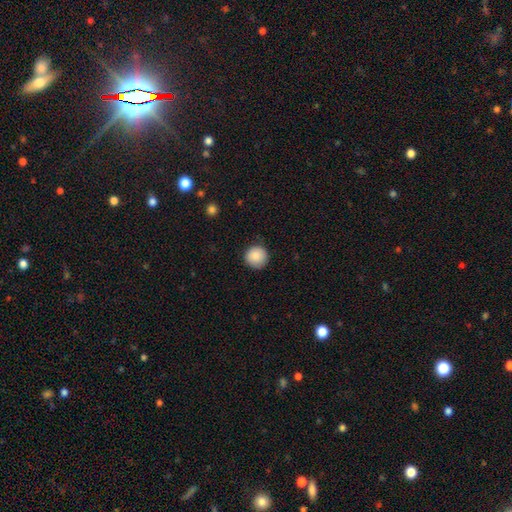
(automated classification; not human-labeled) Morphology: type=smooth (88%); roundness=round (95%); merging=none (87%).